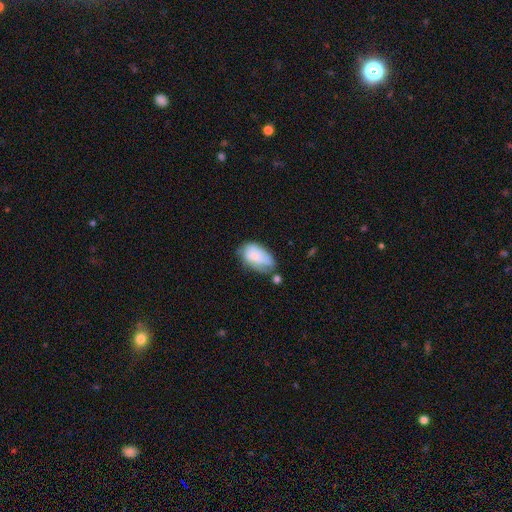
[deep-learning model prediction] Q: Smooth or featured?
A: smooth (68%); runner-up: featured or disk (24%)
Q: How rounded?
A: in between (92%); runner-up: round (6%)
Q: Merging?
A: minor disturbance (36%); runner-up: none (35%)